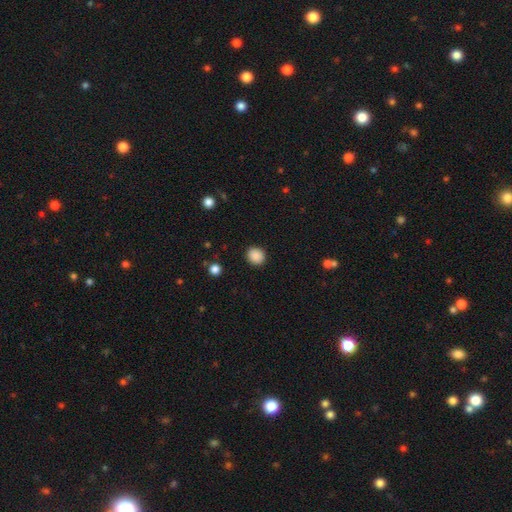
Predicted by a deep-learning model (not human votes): smooth_or_featured: smooth (p=0.88) [alt: star or artifact p=0.09]
how_rounded: round (p=0.78) [alt: in between p=0.21]
merging: none (p=0.91) [alt: minor disturbance p=0.06]